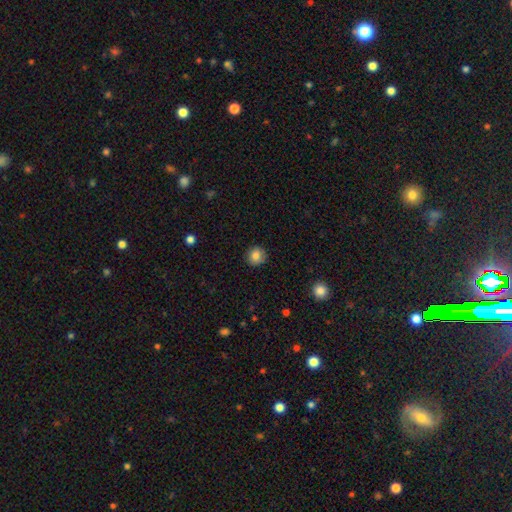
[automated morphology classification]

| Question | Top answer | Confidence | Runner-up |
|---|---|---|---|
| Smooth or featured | smooth | 83% | star or artifact (9%) |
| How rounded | round | 91% | in between (9%) |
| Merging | none | 88% | minor disturbance (9%) |